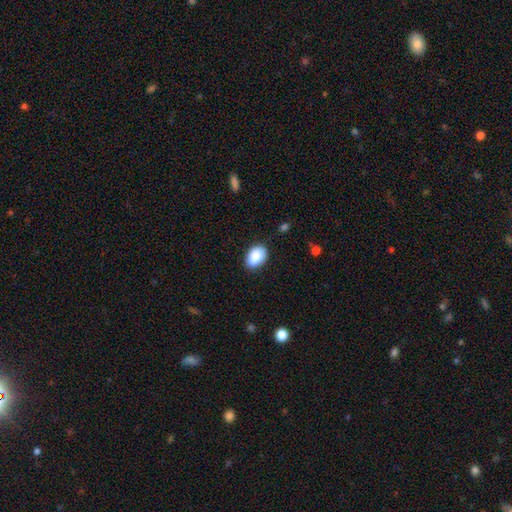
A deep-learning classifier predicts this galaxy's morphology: This appears to be a smooth galaxy with no disk features (87%) that is in between round and cigar-shaped (83%). Merging: none (81%).